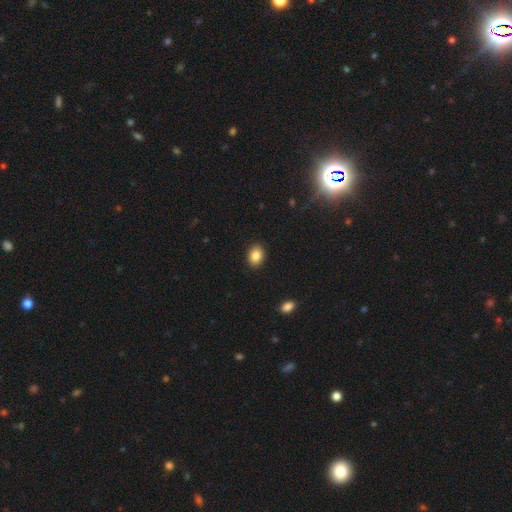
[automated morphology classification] Overall: smooth (86%). How rounded: in between (66%; round 33%). Merging: none (90%).